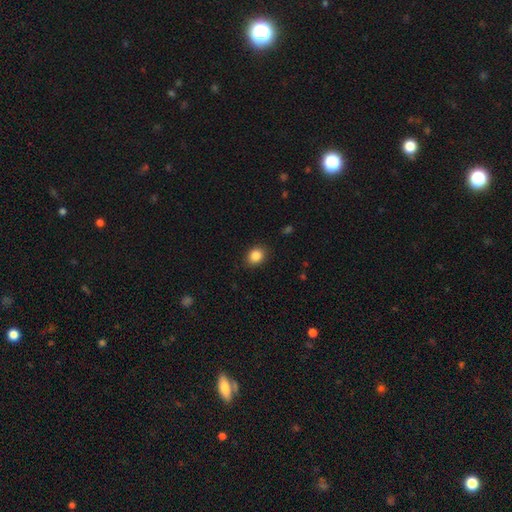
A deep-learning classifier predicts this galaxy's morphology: Overall: smooth (86%). How rounded: round (54%; in between 45%). Merging: none (87%).